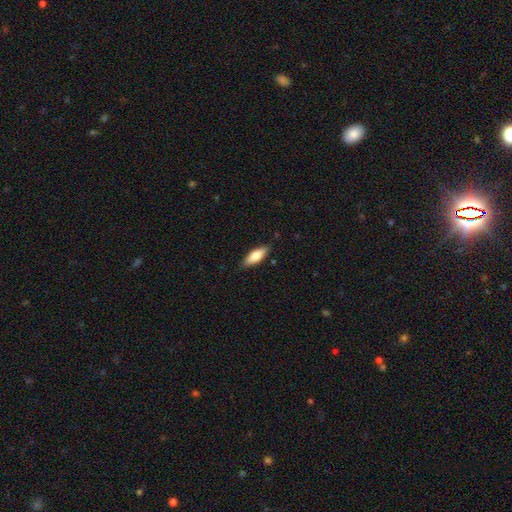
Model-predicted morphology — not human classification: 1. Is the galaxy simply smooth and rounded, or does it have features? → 72% smooth, 22% featured or disk, 6% star or artifact.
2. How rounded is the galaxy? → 62% in between, 36% cigar-shaped, 2% round.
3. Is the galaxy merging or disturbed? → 86% none, 11% minor disturbance, 2% major disturbance, 1% merger.